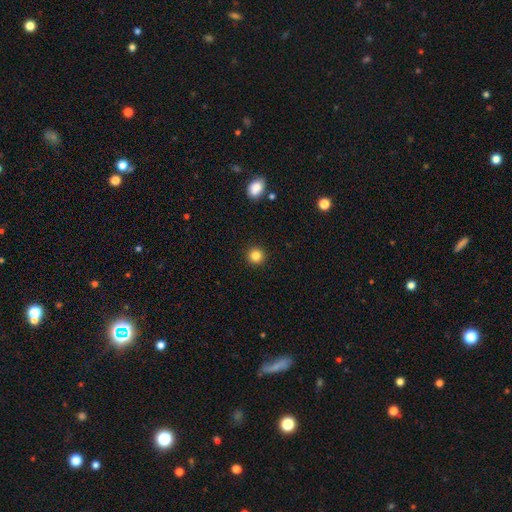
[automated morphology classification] smooth-or-featured: smooth: 84% | star or artifact: 11% | featured or disk: 5%
  how-rounded: round: 94% | in between: 5% | cigar-shaped: 1%
  merging: none: 92% | minor disturbance: 5% | major disturbance: 2% | merger: 1%